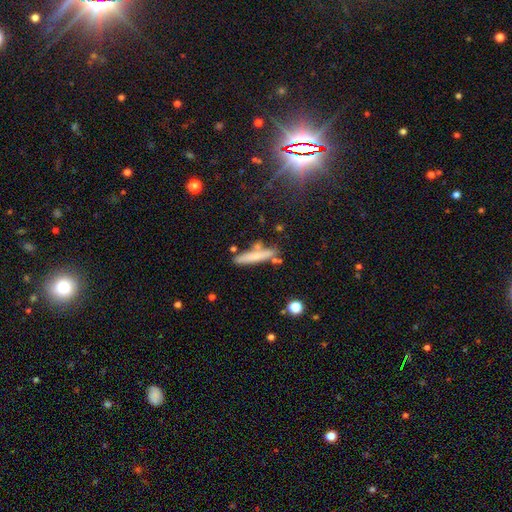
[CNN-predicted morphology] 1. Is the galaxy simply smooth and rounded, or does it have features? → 67% smooth, 25% featured or disk, 8% star or artifact.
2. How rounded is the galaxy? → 90% cigar-shaped, 9% in between, 2% round.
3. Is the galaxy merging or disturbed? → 73% none, 14% minor disturbance, 9% merger, 3% major disturbance.